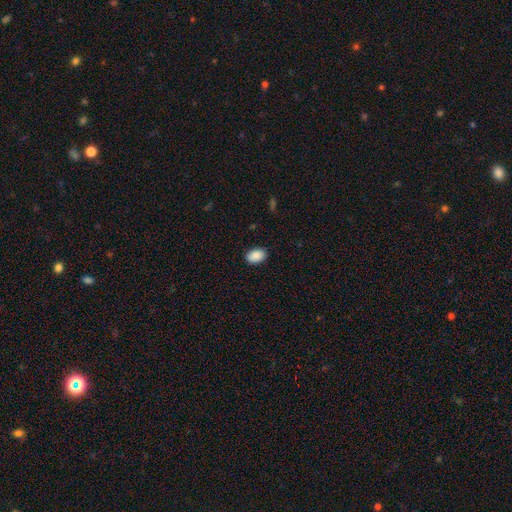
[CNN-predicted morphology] Smooth or featured? smooth (90%)
How rounded? in between (86%)
Merging? none (87%)